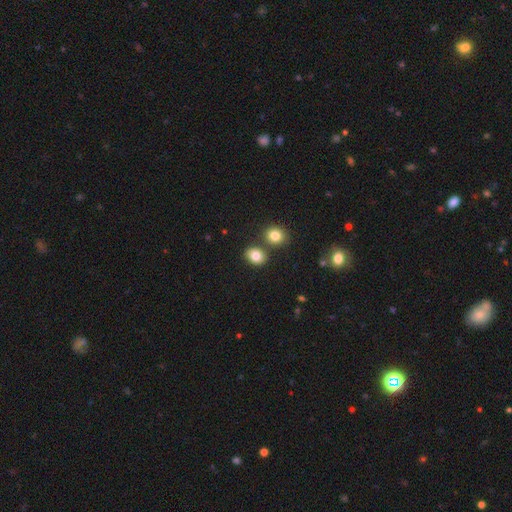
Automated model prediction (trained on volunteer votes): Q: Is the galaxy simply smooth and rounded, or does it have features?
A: smooth — 83%.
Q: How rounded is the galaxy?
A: round — 51%.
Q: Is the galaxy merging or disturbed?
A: none — 69%.